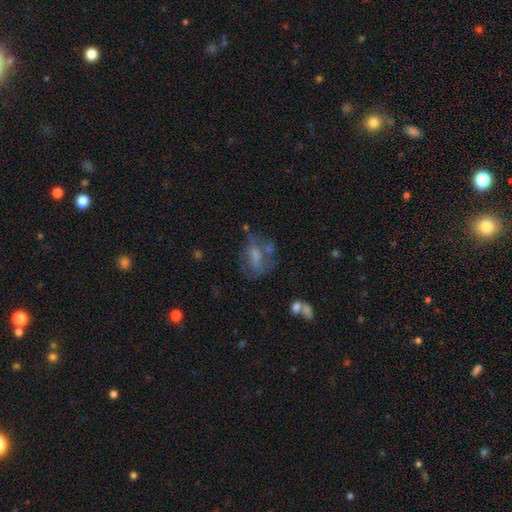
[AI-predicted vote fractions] This is possibly a featured or disk galaxy (51%). It is clearly not viewed edge-on (93%). Merging: possibly none (51%).